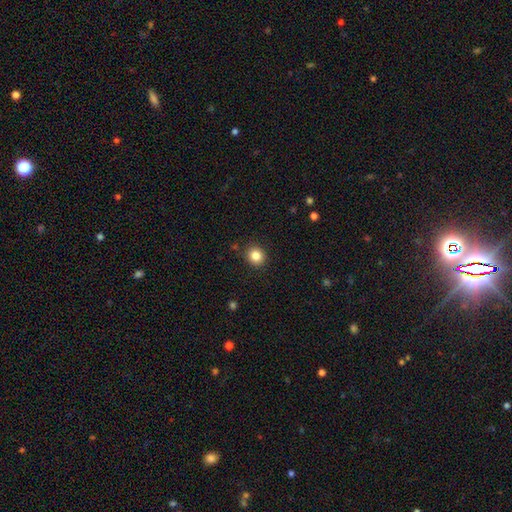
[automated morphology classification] A smooth galaxy with no disk features (84%) that is round (84%). Merging: none (90%).